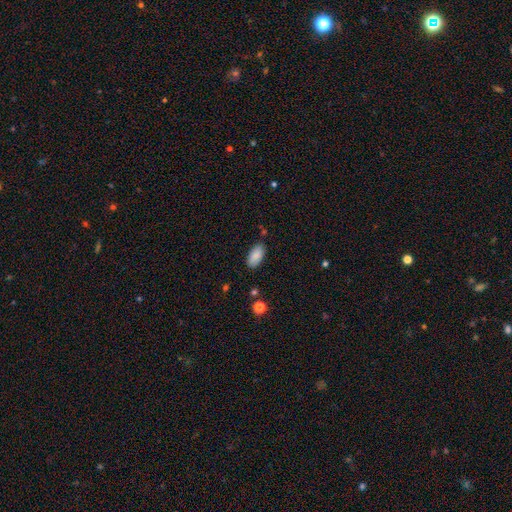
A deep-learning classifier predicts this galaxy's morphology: smooth-or-featured: smooth: 87% | star or artifact: 7% | featured or disk: 6%
  how-rounded: in between: 93% | cigar-shaped: 4% | round: 2%
  merging: none: 83% | minor disturbance: 12% | major disturbance: 3% | merger: 2%